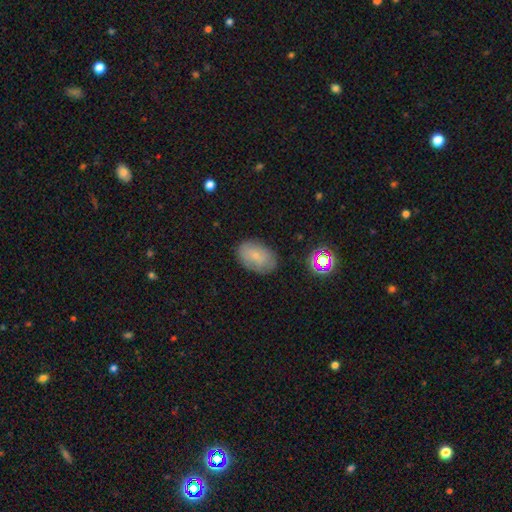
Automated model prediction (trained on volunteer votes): This appears to be a smooth galaxy with no disk features (70%) that is in between round and cigar-shaped (86%). Merging: none (78%).